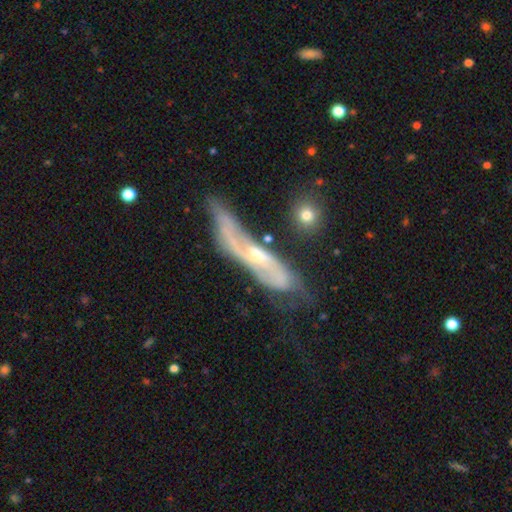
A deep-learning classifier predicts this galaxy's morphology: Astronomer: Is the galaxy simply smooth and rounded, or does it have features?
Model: featured or disk — 75%.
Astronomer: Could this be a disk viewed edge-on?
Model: no — 64%.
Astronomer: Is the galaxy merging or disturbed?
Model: none — 44% (runner-up: minor disturbance, 25%).